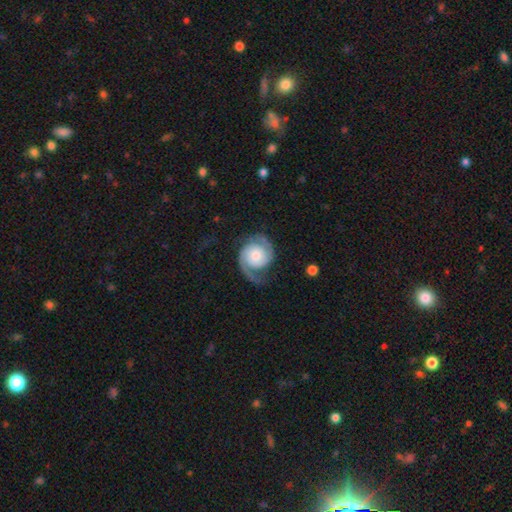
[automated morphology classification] Smooth or featured: featured or disk — 86% (smooth — 9%)
Edge-on disk: no — 98% (yes — 2%)
Bar: no — 74% (weak — 21%)
Spiral arms: yes — 97% (no — 3%)
Spiral winding: medium — 41% (tight — 40%)
Spiral arm count: 2 — 89% (1 — 5%)
Bulge size: moderate — 50% (small — 28%)
Merging: none — 66% (minor disturbance — 19%)